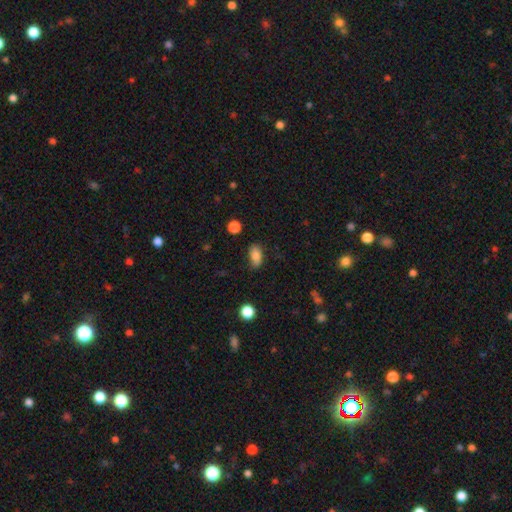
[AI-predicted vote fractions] Smooth or featured?
  - smooth: 83% *
  - star or artifact: 9%
  - featured or disk: 9%
How rounded?
  - in between: 89% *
  - round: 7%
  - cigar-shaped: 3%
Merging?
  - none: 79% *
  - minor disturbance: 16%
  - major disturbance: 3%
  - merger: 2%